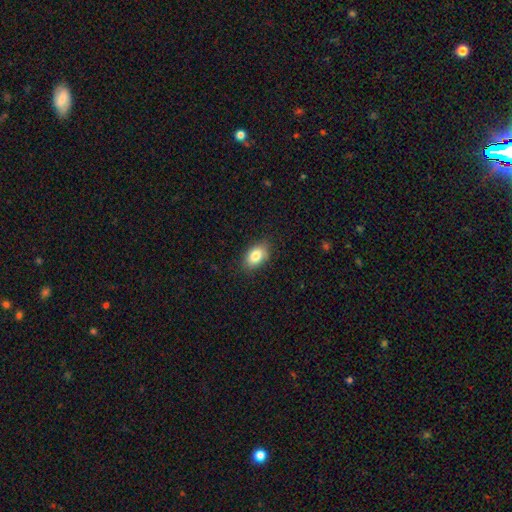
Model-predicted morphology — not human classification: smooth 84%, featured or disk 9%, star or artifact 8%. Down the decision tree: how rounded — in between (89%); merging — none (84%).